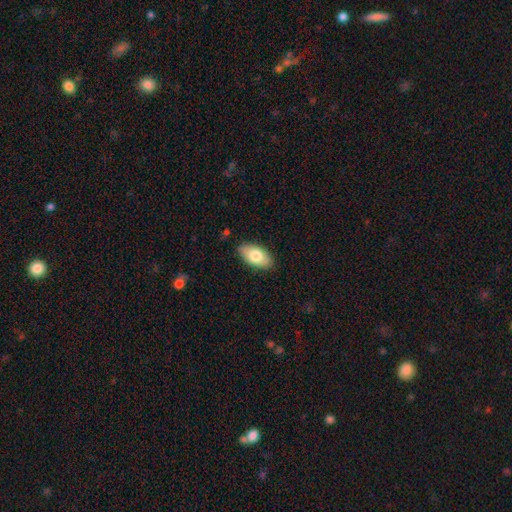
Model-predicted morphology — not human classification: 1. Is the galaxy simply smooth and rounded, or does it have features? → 78% smooth, 16% featured or disk, 6% star or artifact.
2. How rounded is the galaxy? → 93% in between, 3% cigar-shaped, 3% round.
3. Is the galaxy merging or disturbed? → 86% none, 11% minor disturbance, 2% major disturbance, 1% merger.